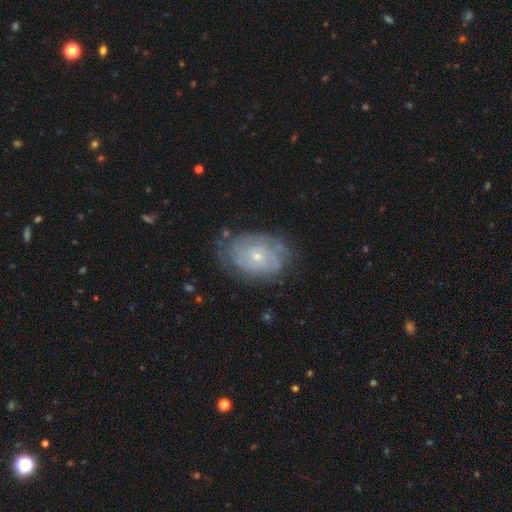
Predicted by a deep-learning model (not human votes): Smooth or featured? Predicted: featured or disk (p=0.70). Edge-on disk? Predicted: no (p=0.95). Bar? Predicted: no (p=0.82). Spiral arms? Predicted: yes (p=0.87). Spiral winding? Predicted: tight (p=0.74). Spiral arm count? Predicted: can't tell (p=0.52). Bulge size? Predicted: small (p=0.70). Merging? Predicted: none (p=0.76).